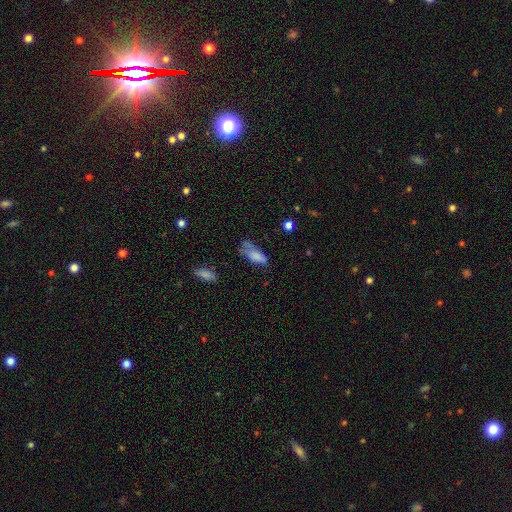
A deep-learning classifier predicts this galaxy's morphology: Q: Smooth or featured?
A: smooth (73%); runner-up: featured or disk (17%)
Q: How rounded?
A: in between (78%); runner-up: cigar-shaped (19%)
Q: Merging?
A: none (33%); tied with: minor disturbance (33%)